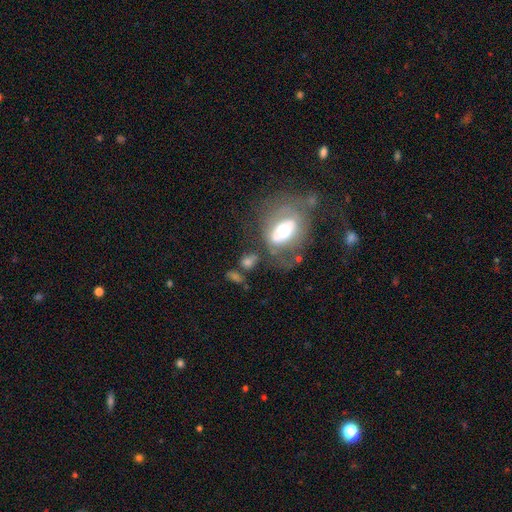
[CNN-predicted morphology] Smooth or featured? Predicted: featured or disk (p=0.44). Merging? Predicted: none (p=0.58).